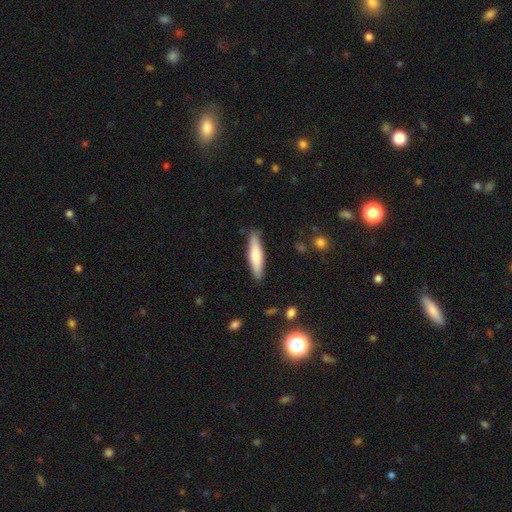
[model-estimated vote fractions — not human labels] smooth-or-featured: smooth: 65% | featured or disk: 30% | star or artifact: 5%
  how-rounded: cigar-shaped: 80% | in between: 18% | round: 1%
  merging: none: 87% | minor disturbance: 10% | major disturbance: 2% | merger: 1%